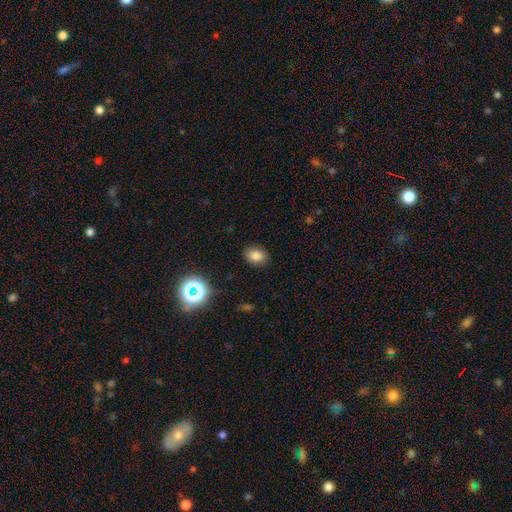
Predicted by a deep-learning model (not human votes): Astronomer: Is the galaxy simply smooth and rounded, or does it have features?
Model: smooth — 79%.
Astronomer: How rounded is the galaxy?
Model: in between — 71%.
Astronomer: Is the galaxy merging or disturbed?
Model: none — 87%.